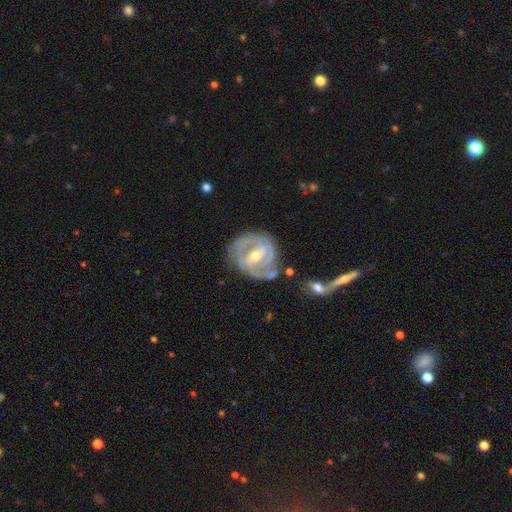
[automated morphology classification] Smooth or featured? Predicted: featured or disk (p=0.91). Edge-on disk? Predicted: no (p=0.98). Bar? Predicted: weak (p=0.47). Spiral arms? Predicted: yes (p=0.98). Spiral winding? Predicted: tight (p=0.63). Spiral arm count? Predicted: 3 (p=0.38). Bulge size? Predicted: moderate (p=0.59). Merging? Predicted: none (p=0.71).